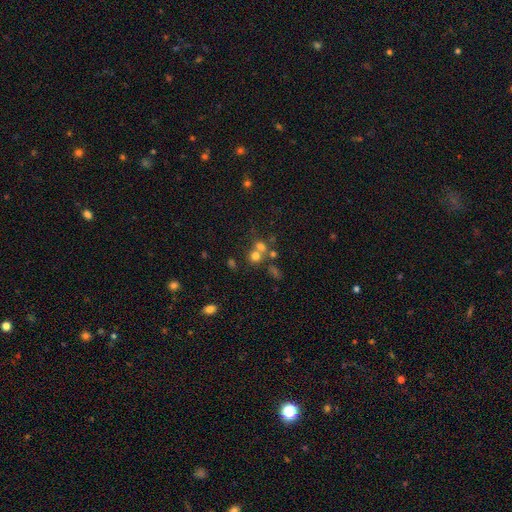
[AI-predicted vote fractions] Morphology: type=smooth (65%); roundness=round (82%); merging=none (46%).